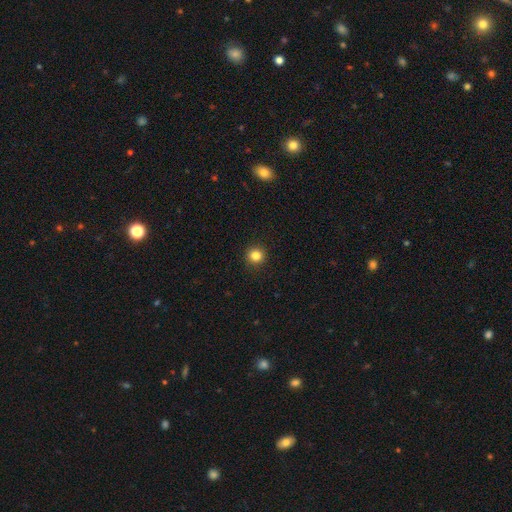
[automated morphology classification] Smooth or featured? smooth (84%)
How rounded? round (91%)
Merging? none (90%)